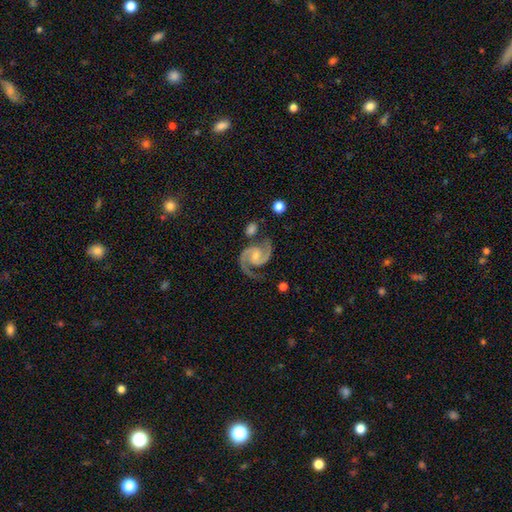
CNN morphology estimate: smooth_or_featured: featured or disk (p=0.93) [alt: star or artifact p=0.04]
disk_edge_on: no (p=0.98) [alt: yes p=0.02]
bar: weak (p=0.44) [alt: no p=0.41]
has_spiral_arms: yes (p=0.99) [alt: no p=0.01]
spiral_winding: medium (p=0.65) [alt: tight p=0.23]
spiral_arm_count: 2 (p=0.94) [alt: 3 p=0.01]
bulge_size: small (p=0.52) [alt: moderate p=0.35]
merging: none (p=0.72) [alt: minor disturbance p=0.15]